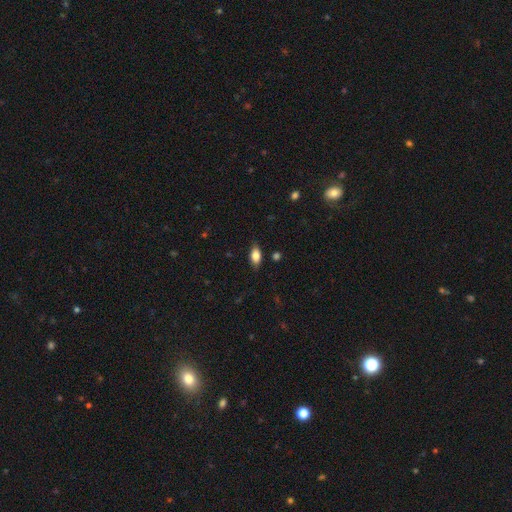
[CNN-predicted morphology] Smooth or featured?
  - smooth: 81% *
  - featured or disk: 11%
  - star or artifact: 8%
How rounded?
  - in between: 89% *
  - cigar-shaped: 6%
  - round: 5%
Merging?
  - none: 84% *
  - minor disturbance: 12%
  - major disturbance: 2%
  - merger: 1%